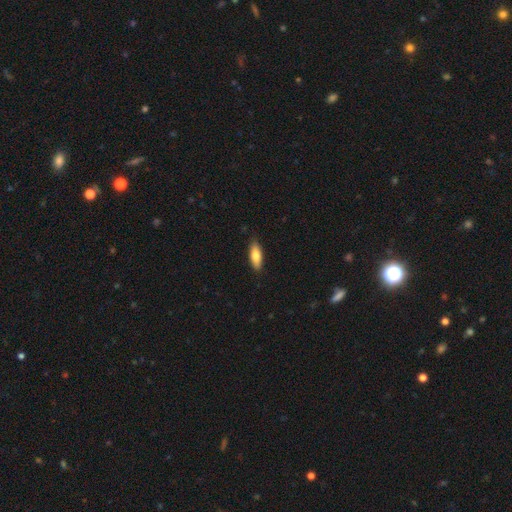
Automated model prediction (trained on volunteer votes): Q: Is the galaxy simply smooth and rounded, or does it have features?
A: smooth — 80%.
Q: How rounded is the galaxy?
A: in between — 68%.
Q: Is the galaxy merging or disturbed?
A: none — 86%.